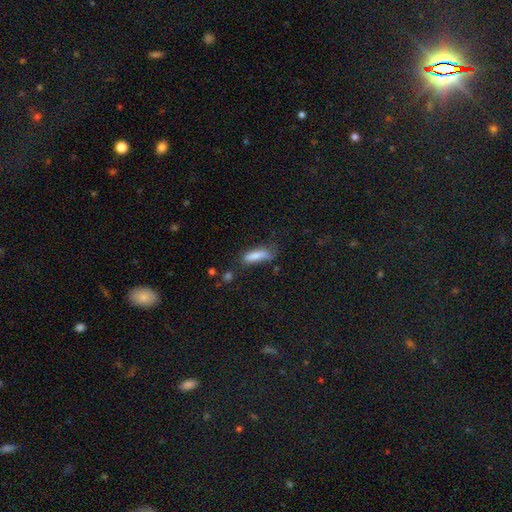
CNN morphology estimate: A smooth galaxy with no disk features (79%) that is cigar-shaped (56%). Merging: none (45%).